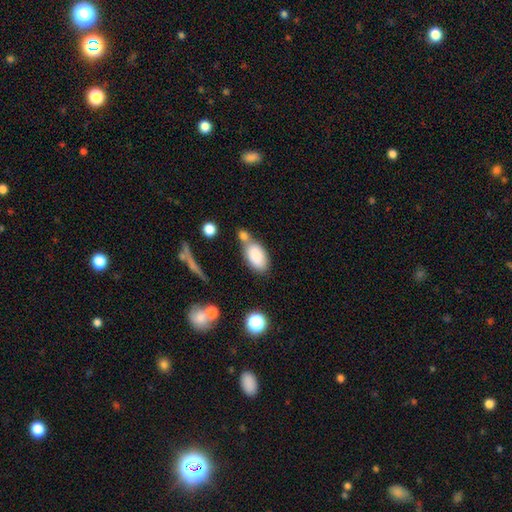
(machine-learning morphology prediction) This appears to be a smooth galaxy with no disk features (84%) that is in between round and cigar-shaped (92%). Merging: none (47%).